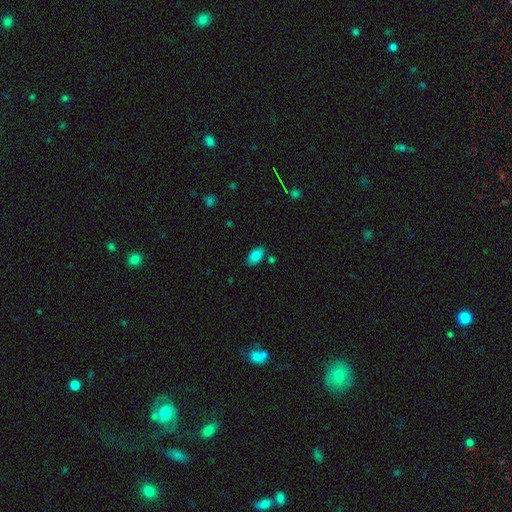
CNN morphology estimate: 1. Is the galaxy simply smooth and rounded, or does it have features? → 86% smooth, 9% star or artifact, 5% featured or disk.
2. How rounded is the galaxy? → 93% in between, 4% round, 3% cigar-shaped.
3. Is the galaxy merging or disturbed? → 78% none, 13% minor disturbance, 6% merger, 3% major disturbance.